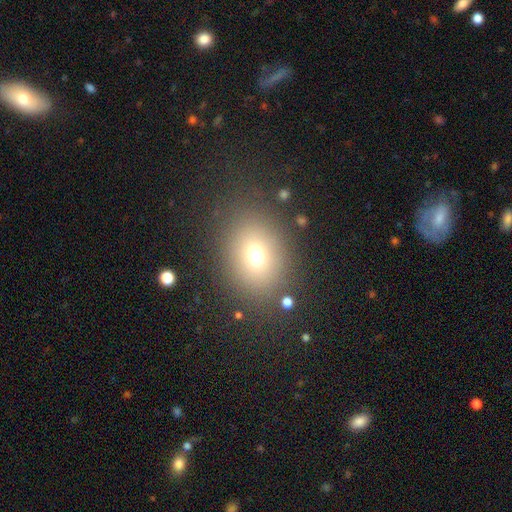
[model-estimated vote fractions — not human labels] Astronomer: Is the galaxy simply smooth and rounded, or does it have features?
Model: smooth — 70%.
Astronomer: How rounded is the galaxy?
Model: in between — 51% (runner-up: round, 48%).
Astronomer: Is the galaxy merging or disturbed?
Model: none — 82%.